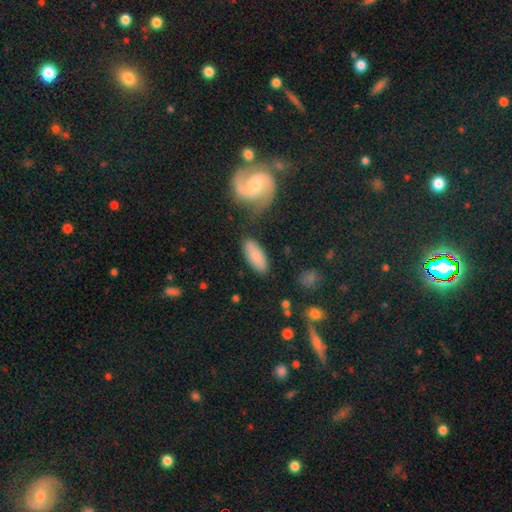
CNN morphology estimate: Smooth or featured: smooth — 82% (featured or disk — 12%)
How rounded: in between — 76% (cigar-shaped — 21%)
Merging: none — 76% (minor disturbance — 14%)